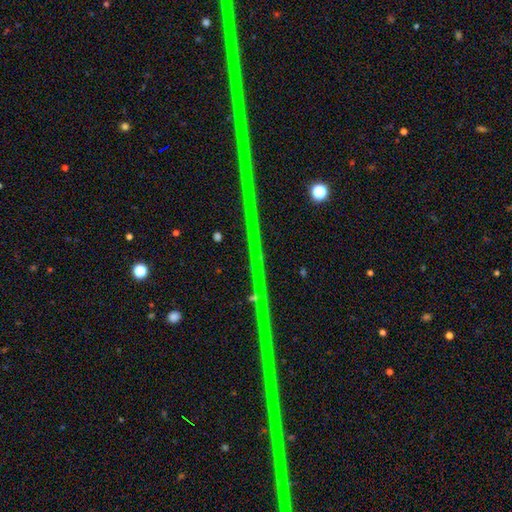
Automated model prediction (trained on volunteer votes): A star or artifact, not a galaxy (90%).

Vote fractions:
- Smooth or featured? star or artifact: 90% / featured or disk: 6% / smooth: 4%